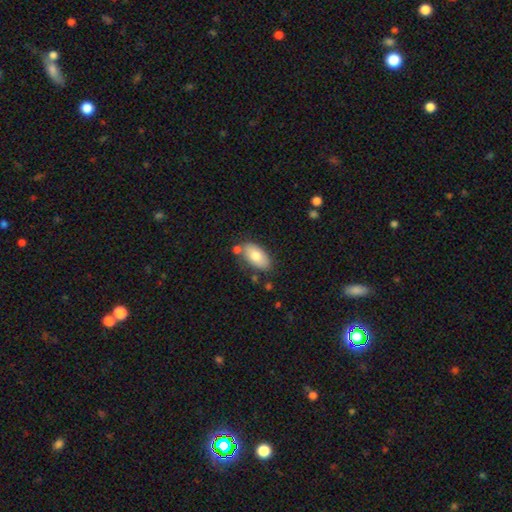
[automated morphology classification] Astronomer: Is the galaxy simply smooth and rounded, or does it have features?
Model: smooth — 76%.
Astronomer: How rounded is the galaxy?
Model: in between — 94%.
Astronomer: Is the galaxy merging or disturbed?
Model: none — 71%.